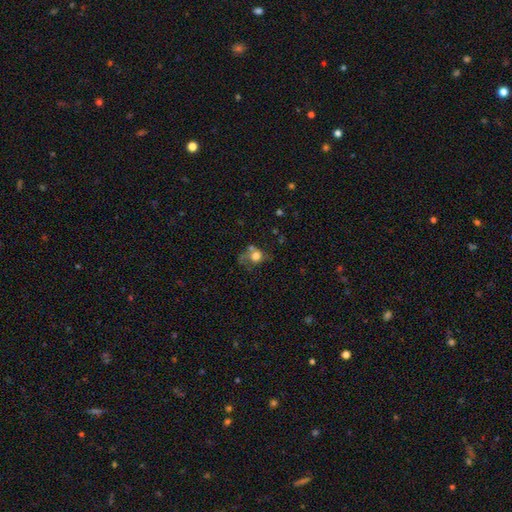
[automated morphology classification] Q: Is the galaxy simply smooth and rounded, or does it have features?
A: smooth — 69%.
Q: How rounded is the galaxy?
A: round — 70%.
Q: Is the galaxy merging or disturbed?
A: none — 34%.